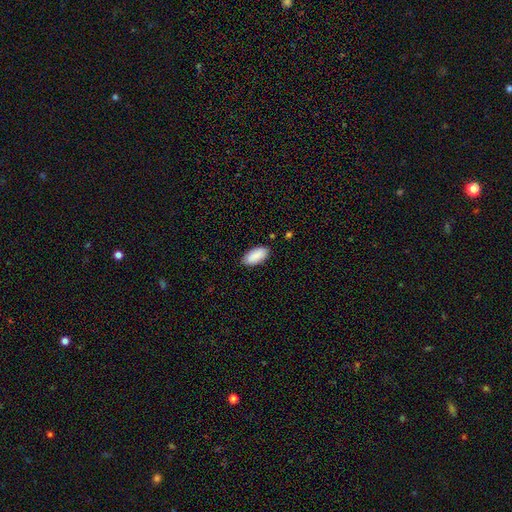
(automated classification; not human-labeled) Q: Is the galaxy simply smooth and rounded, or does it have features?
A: smooth — 90%.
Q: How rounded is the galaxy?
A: in between — 91%.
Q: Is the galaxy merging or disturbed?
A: none — 86%.